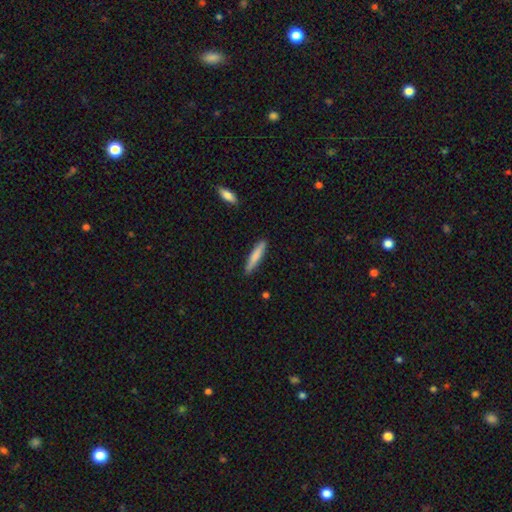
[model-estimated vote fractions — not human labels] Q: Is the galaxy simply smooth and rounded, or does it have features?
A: smooth — 76%.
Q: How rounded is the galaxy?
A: cigar-shaped — 91%.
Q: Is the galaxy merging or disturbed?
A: none — 88%.